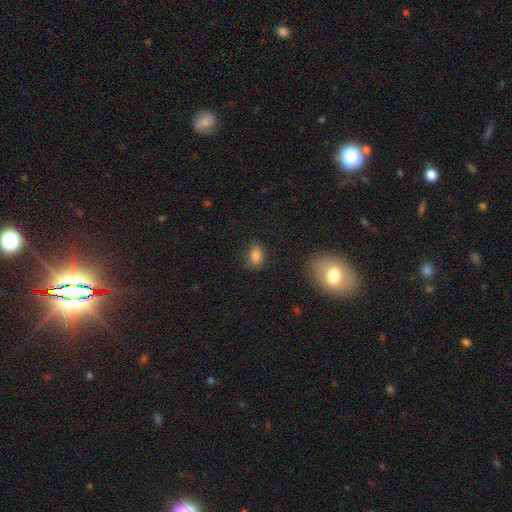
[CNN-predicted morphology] smooth-or-featured: smooth: 82% | star or artifact: 12% | featured or disk: 5%
  how-rounded: in between: 70% | round: 28% | cigar-shaped: 2%
  merging: none: 70% | minor disturbance: 22% | major disturbance: 6% | merger: 2%